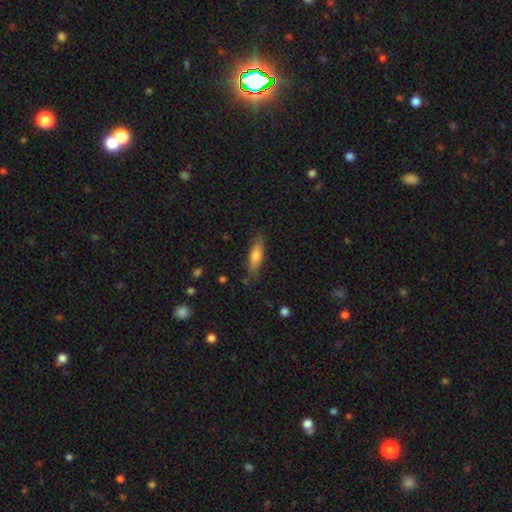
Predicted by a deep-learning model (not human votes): smooth_or_featured: smooth (p=0.67) [alt: featured or disk p=0.26]
how_rounded: cigar-shaped (p=0.57) [alt: in between p=0.41]
merging: none (p=0.81) [alt: minor disturbance p=0.15]